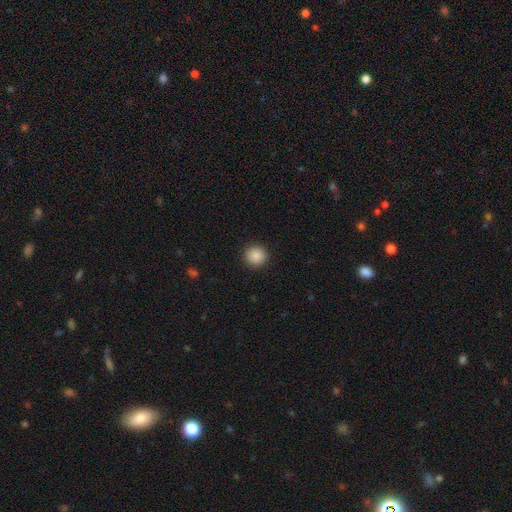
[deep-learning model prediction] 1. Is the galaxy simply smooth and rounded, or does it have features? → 88% smooth, 9% star or artifact, 3% featured or disk.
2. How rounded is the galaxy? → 93% round, 6% in between, 1% cigar-shaped.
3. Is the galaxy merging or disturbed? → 92% none, 5% minor disturbance, 2% major disturbance, 1% merger.